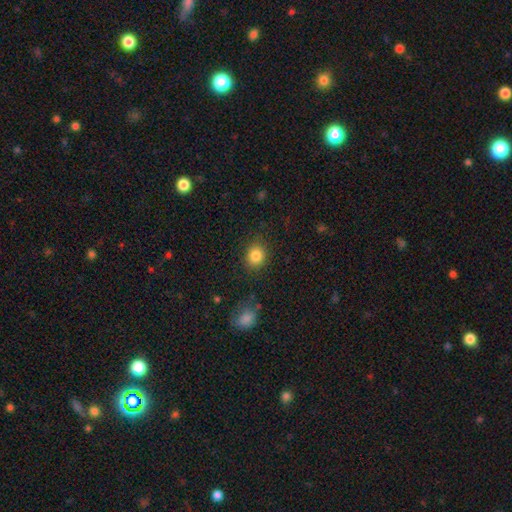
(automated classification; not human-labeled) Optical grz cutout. It shows a smooth galaxy with no disk features (85%) that is round (72%). Merging: none (85%).